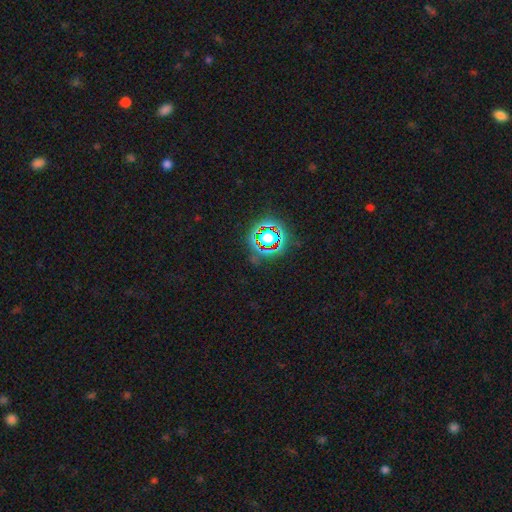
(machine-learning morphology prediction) A star or artifact, not a galaxy (78%).

Vote fractions:
- Smooth or featured? star or artifact: 78% / smooth: 13% / featured or disk: 8%